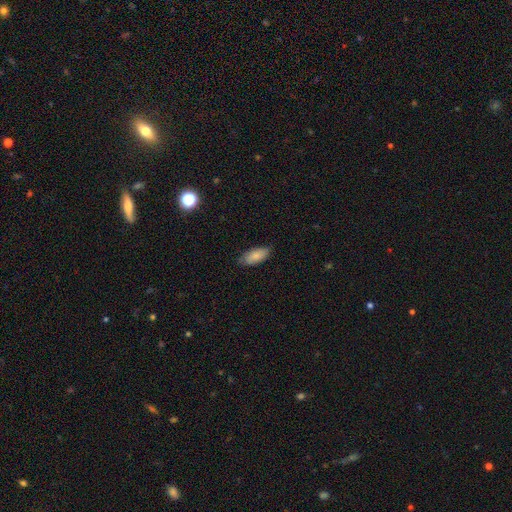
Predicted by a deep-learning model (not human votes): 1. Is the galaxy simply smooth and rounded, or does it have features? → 83% smooth, 11% featured or disk, 6% star or artifact.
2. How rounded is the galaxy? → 87% in between, 10% cigar-shaped, 2% round.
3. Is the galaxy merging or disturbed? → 78% none, 18% minor disturbance, 3% major disturbance, 1% merger.